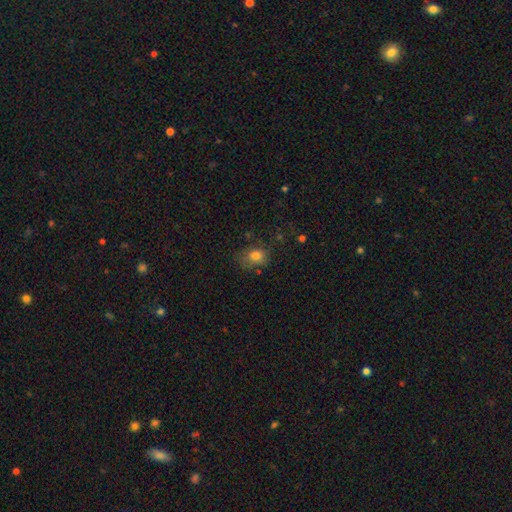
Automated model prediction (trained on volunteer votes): A smooth galaxy with no disk features (78%) that is in between round and cigar-shaped (57%). Merging: none (60%).